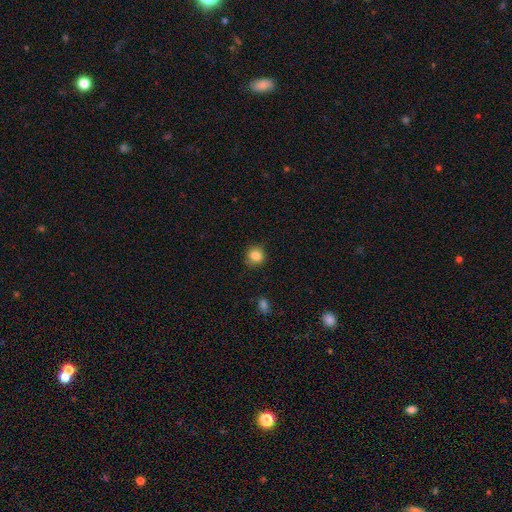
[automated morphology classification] Overall: smooth (85%). How rounded: round (88%). Merging: none (85%).